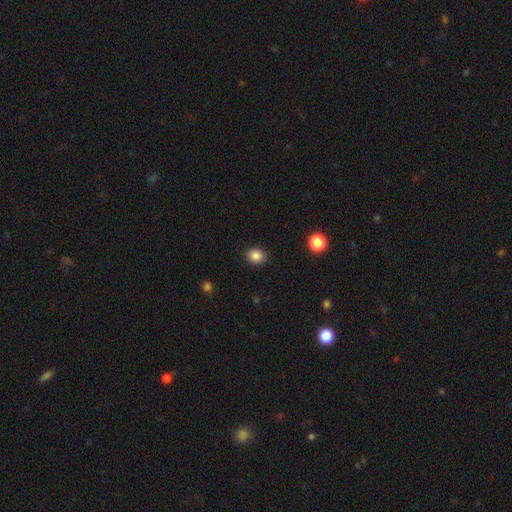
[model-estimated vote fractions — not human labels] smooth 86%, star or artifact 11%, featured or disk 4%. Down the decision tree: how rounded — round (69%); merging — none (90%).